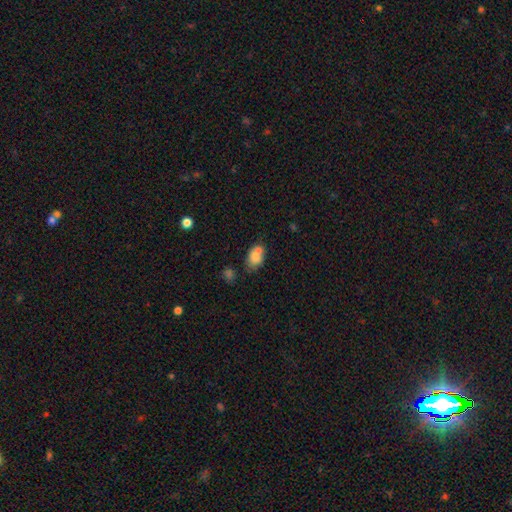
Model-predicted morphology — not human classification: Smooth or featured? Predicted: smooth (p=0.76). How rounded? Predicted: in between (p=0.81). Merging? Predicted: none (p=0.43).